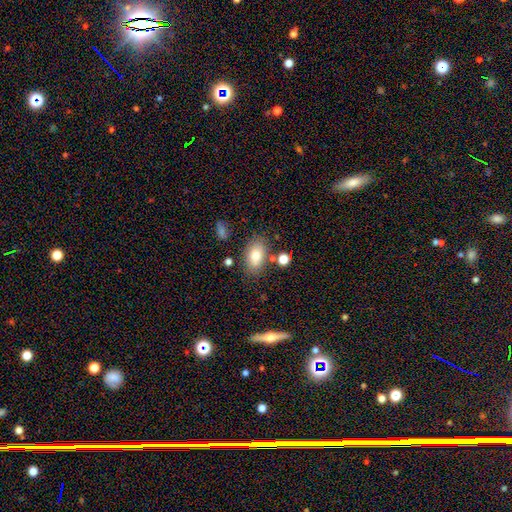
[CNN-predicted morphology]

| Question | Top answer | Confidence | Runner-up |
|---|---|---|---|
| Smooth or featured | smooth | 77% | featured or disk (13%) |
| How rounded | in between | 88% | round (10%) |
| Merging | none | 76% | minor disturbance (14%) |